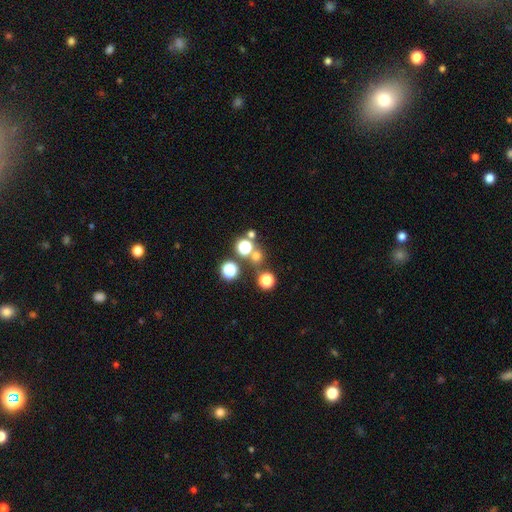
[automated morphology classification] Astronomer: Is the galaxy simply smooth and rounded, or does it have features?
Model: smooth — 60%.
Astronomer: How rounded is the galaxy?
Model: round — 89%.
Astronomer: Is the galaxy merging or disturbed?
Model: none — 67%.